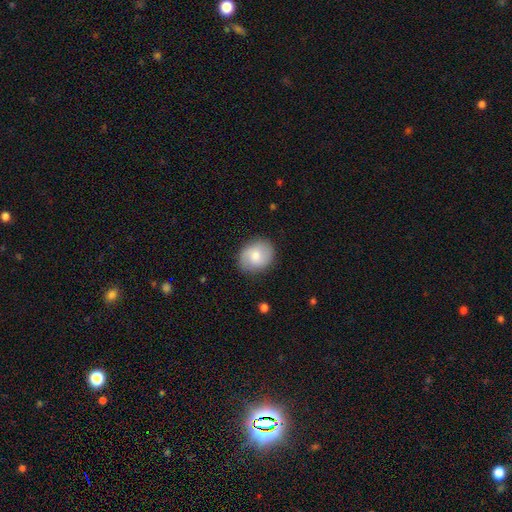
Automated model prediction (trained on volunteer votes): This is likely a smooth galaxy (66%). How rounded: possibly round (55%). Merging: clearly none (84%).